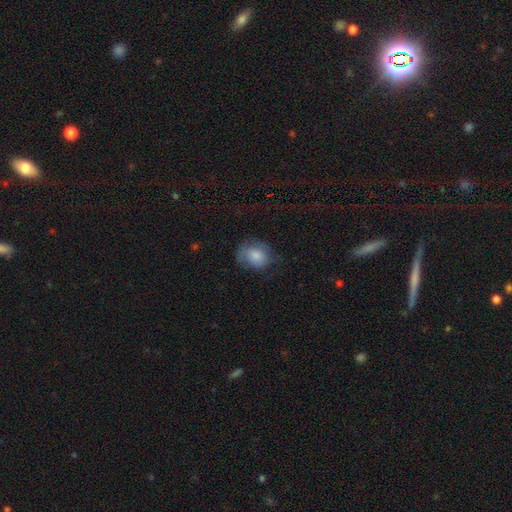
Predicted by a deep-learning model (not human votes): Smooth or featured? smooth (76%)
How rounded? round (52%)
Merging? none (54%)